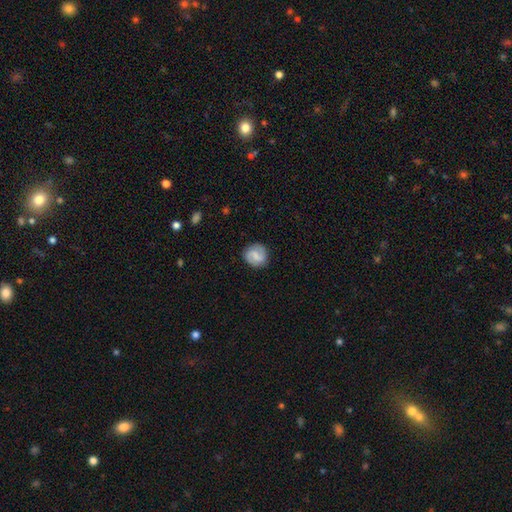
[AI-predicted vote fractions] smooth-or-featured: featured or disk: 50% | smooth: 43% | star or artifact: 7%
  merging: none: 85% | minor disturbance: 11% | major disturbance: 3% | merger: 1%